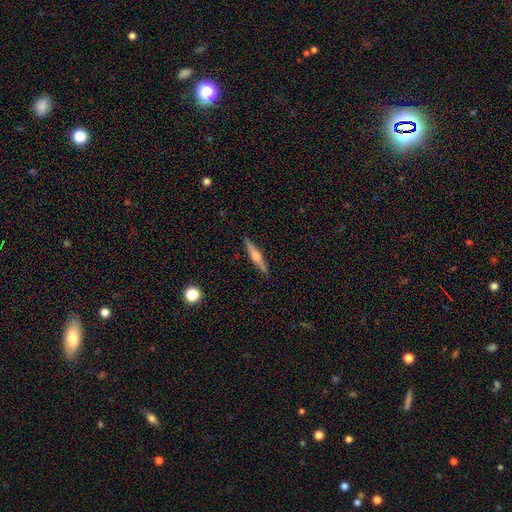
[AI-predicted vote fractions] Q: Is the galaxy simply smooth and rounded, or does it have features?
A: featured or disk — 55%.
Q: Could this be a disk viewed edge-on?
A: yes — 97%.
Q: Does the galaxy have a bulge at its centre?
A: rounded — 77%.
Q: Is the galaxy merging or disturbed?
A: none — 90%.